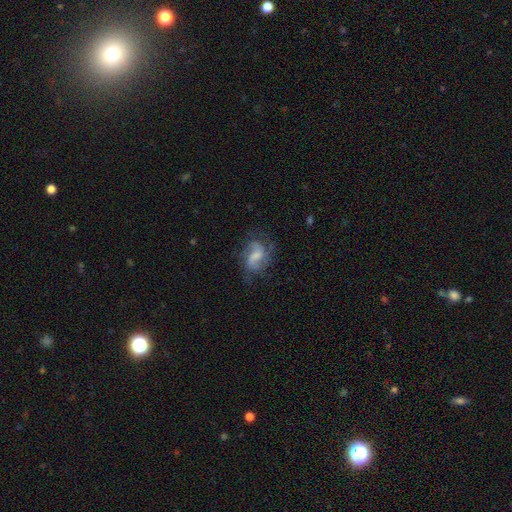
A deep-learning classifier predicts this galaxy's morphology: smooth-or-featured: featured or disk: 67% | smooth: 25% | star or artifact: 8%
  disk-edge-on: no: 97% | yes: 3%
    bar: weak: 51% | no: 34% | strong: 15%
    has-spiral-arms: yes: 89% | no: 11%
      spiral-winding: medium: 46% | loose: 35% | tight: 19%
      spiral-arm-count: 2: 60% | can't tell: 16% | 3: 13% | 1: 6% | 4: 3% | more than 4: 2%
    bulge-size: moderate: 33% | small: 32% | none: 23% | large: 10% | dominant: 2%
  merging: none: 58% | minor disturbance: 22% | major disturbance: 18% | merger: 2%